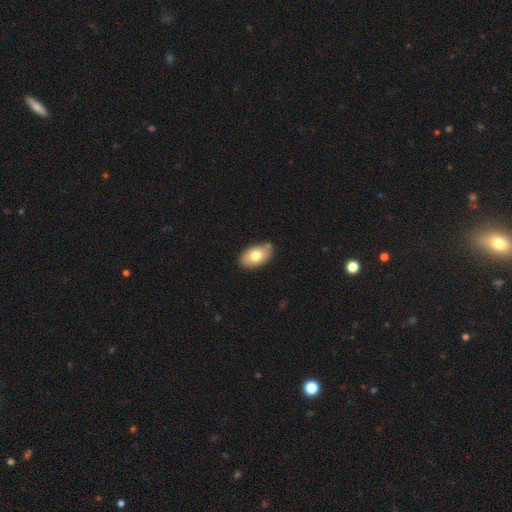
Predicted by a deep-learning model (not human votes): Smooth or featured: smooth — 73% (featured or disk — 19%)
How rounded: in between — 91% (round — 8%)
Merging: none — 76% (minor disturbance — 16%)